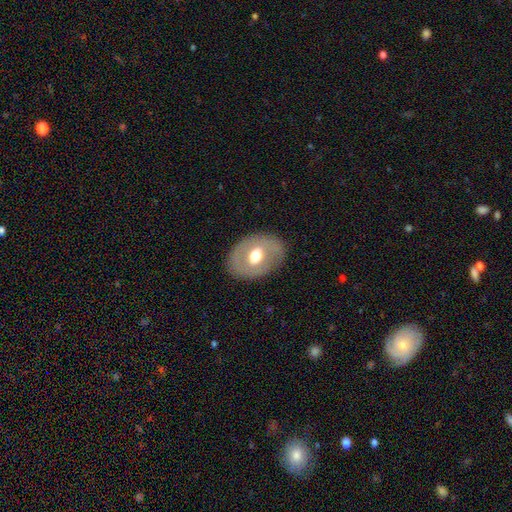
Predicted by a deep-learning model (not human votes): smooth 48%, featured or disk 46%, star or artifact 6%. Down the decision tree: merging — none (82%).